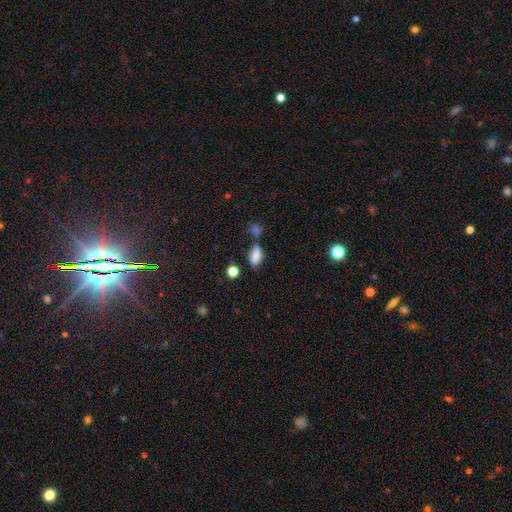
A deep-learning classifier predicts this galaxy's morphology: Smooth or featured?
  - smooth: 84% *
  - star or artifact: 10%
  - featured or disk: 6%
How rounded?
  - in between: 88% *
  - cigar-shaped: 7%
  - round: 5%
Merging?
  - none: 59% *
  - minor disturbance: 19%
  - merger: 16%
  - major disturbance: 6%